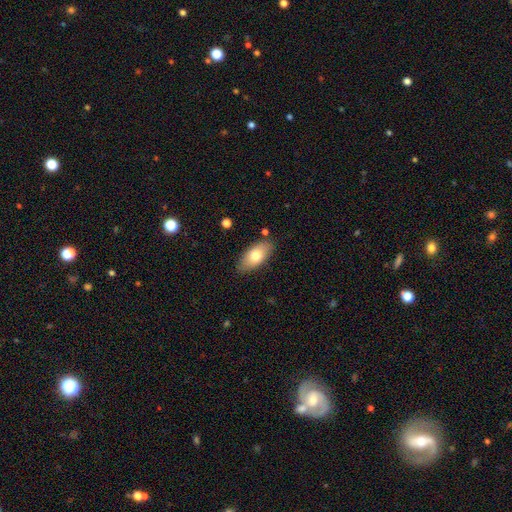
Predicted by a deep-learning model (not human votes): Morphology: type=smooth (75%); roundness=in between (90%); merging=none (84%).